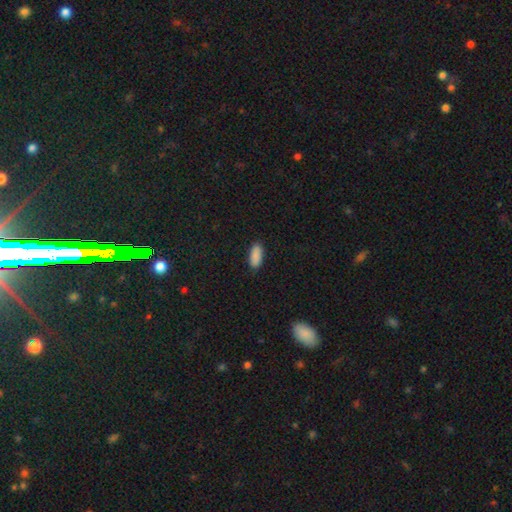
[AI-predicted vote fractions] smooth_or_featured: smooth (p=0.89) [alt: star or artifact p=0.07]
how_rounded: in between (p=0.84) [alt: cigar-shaped p=0.14]
merging: none (p=0.88) [alt: minor disturbance p=0.09]